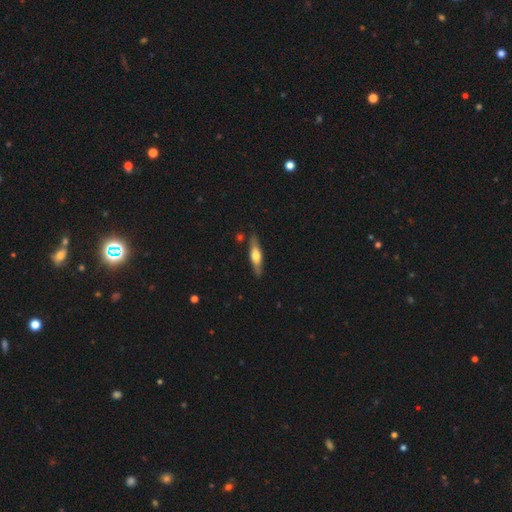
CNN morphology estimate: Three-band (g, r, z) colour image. It shows a featured or disk galaxy (53%) viewed edge-on (88%). Merging: none (85%).